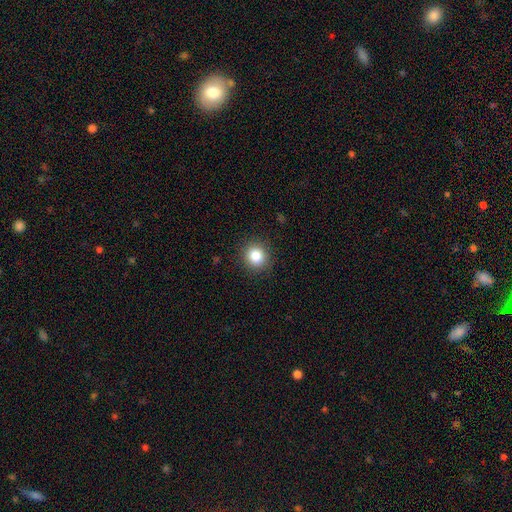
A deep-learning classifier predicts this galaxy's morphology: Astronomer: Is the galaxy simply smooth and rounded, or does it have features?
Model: smooth — 84%.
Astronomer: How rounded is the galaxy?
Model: round — 91%.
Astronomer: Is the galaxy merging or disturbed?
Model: none — 90%.